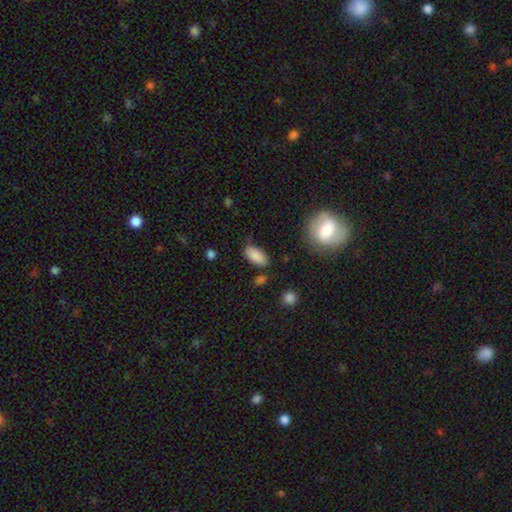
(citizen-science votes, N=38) Overall: smooth (87%). How rounded: in between (97%). Merging: none (79%).